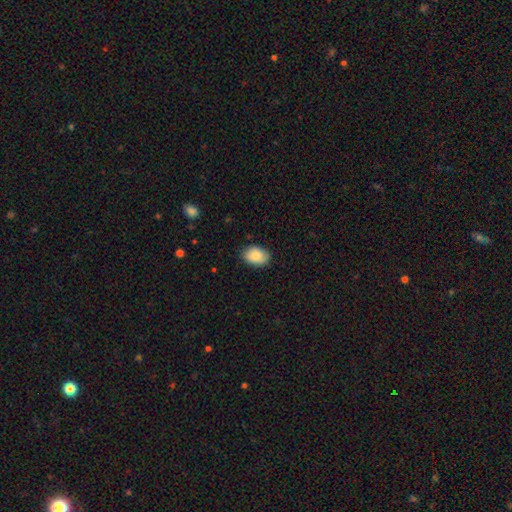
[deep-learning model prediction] A smooth galaxy with no disk features (88%) that is in between round and cigar-shaped (84%).

Vote fractions:
- Smooth or featured? smooth: 88% / star or artifact: 6% / featured or disk: 6%
- How rounded? in between: 84% / round: 15% / cigar-shaped: 1%
- Merging? none: 86% / minor disturbance: 11% / major disturbance: 2% / merger: 1%